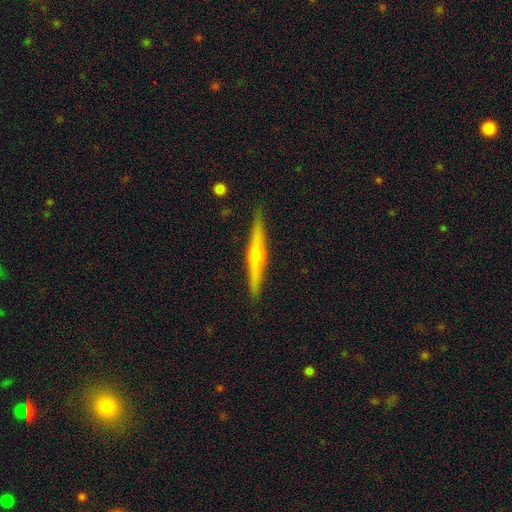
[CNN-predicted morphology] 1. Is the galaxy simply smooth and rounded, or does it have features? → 68% featured or disk, 26% smooth, 6% star or artifact.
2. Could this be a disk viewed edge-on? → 98% yes, 2% no.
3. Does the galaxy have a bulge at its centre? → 87% rounded, 8% none, 4% boxy.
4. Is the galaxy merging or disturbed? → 91% none, 7% minor disturbance, 1% major disturbance, 1% merger.